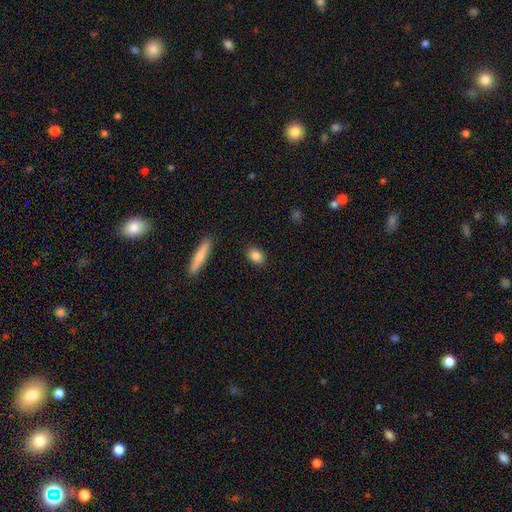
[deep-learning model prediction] smooth 86%, star or artifact 8%, featured or disk 6%. Down the decision tree: how rounded — in between (75%); merging — none (88%).